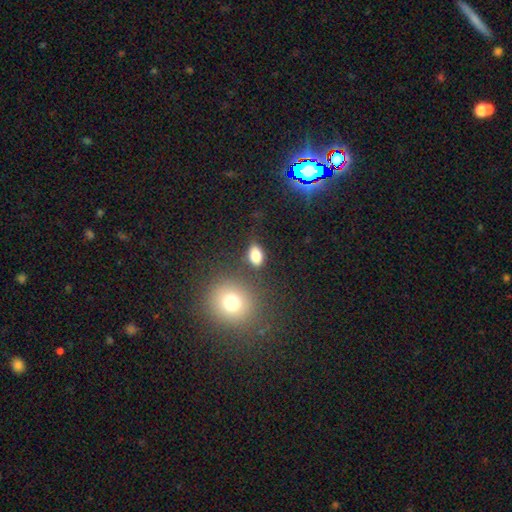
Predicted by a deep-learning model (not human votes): smooth_or_featured: smooth (p=0.83) [alt: star or artifact p=0.10]
how_rounded: in between (p=0.83) [alt: round p=0.15]
merging: none (p=0.74) [alt: minor disturbance p=0.15]